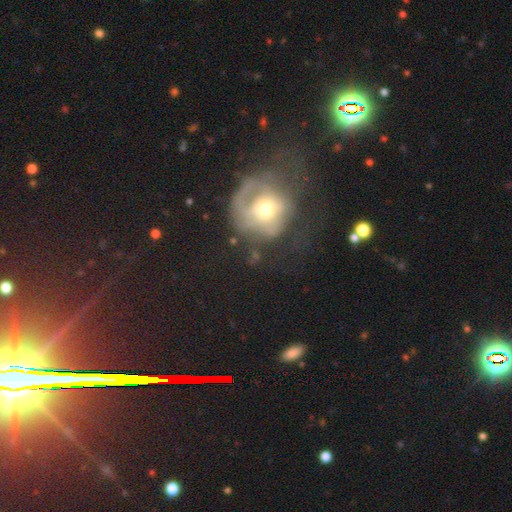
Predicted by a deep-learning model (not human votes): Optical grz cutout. It shows a featured or disk galaxy (48%). Merging: none (41%).